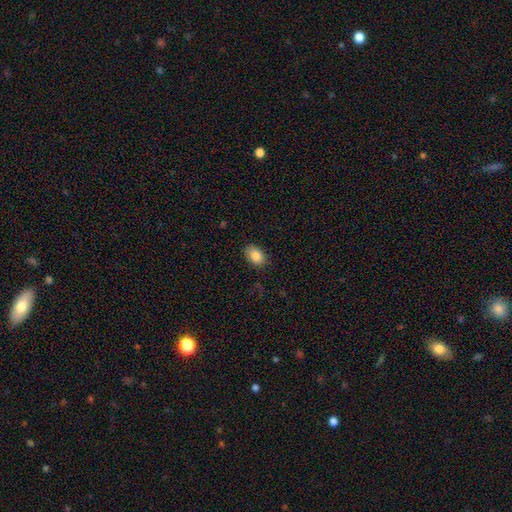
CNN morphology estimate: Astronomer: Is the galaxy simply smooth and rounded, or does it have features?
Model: smooth — 86%.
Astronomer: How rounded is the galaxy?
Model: in between — 80%.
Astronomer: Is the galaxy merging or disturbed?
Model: none — 85%.